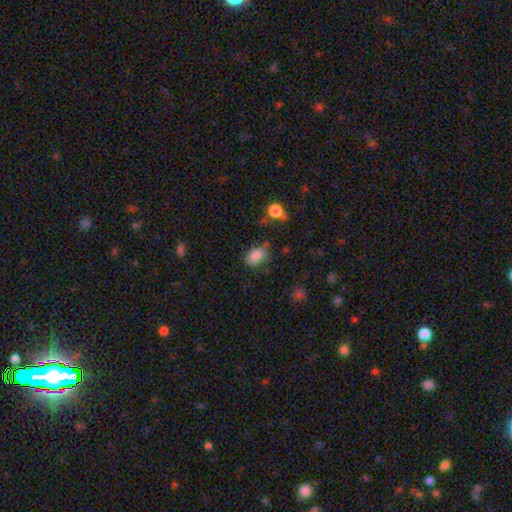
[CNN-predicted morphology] smooth-or-featured: smooth: 83% | star or artifact: 10% | featured or disk: 7%
  how-rounded: in between: 81% | round: 18% | cigar-shaped: 1%
  merging: none: 67% | minor disturbance: 23% | major disturbance: 6% | merger: 4%